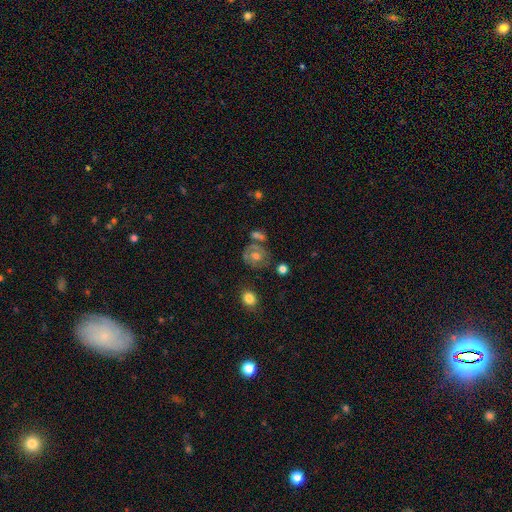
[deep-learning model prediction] Smooth or featured? Predicted: featured or disk (p=0.46). Merging? Predicted: none (p=0.57).